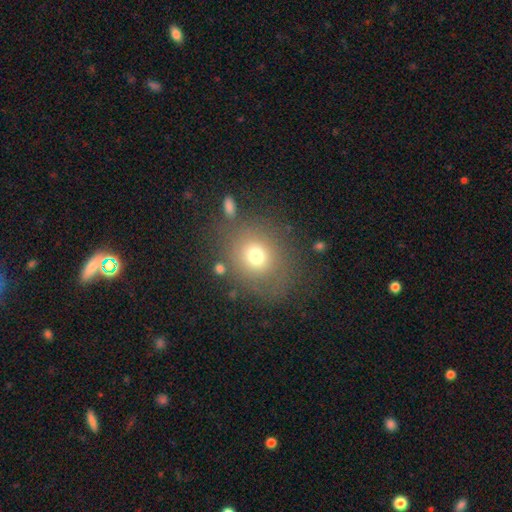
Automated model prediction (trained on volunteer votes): Smooth or featured? Predicted: smooth (p=0.70). How rounded? Predicted: round (p=0.73). Merging? Predicted: none (p=0.72).